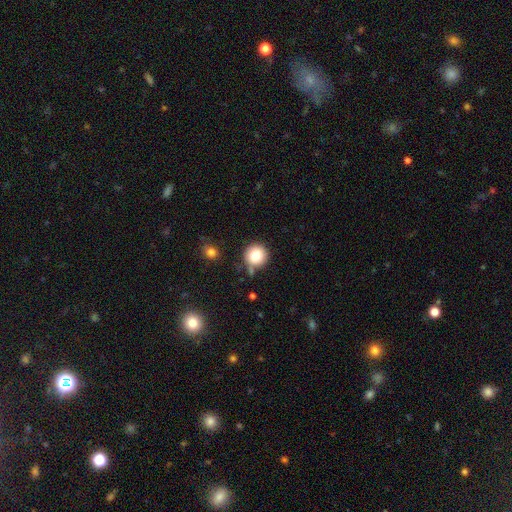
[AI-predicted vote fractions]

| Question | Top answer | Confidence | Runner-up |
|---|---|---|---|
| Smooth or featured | smooth | 82% | star or artifact (10%) |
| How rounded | round | 94% | in between (5%) |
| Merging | none | 79% | minor disturbance (12%) |